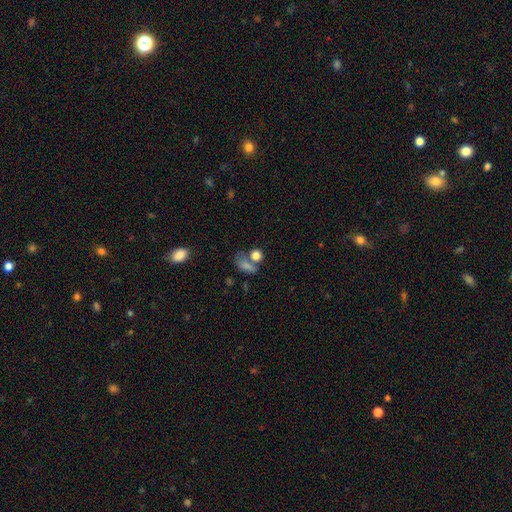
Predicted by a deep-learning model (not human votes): Morphology: type=smooth (77%); roundness=round (59%); merging=none (41%).